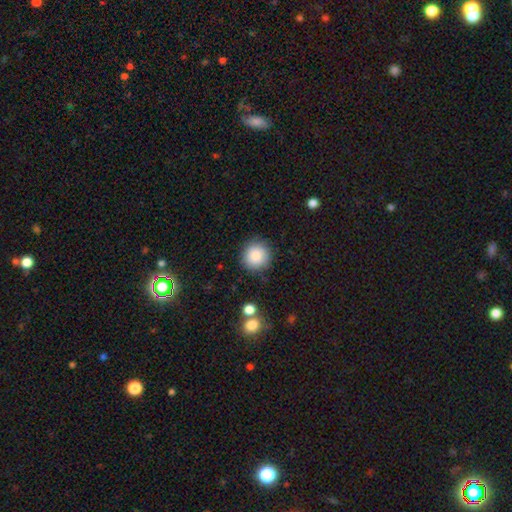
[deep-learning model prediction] Overall: smooth (87%). How rounded: round (94%). Merging: none (87%).